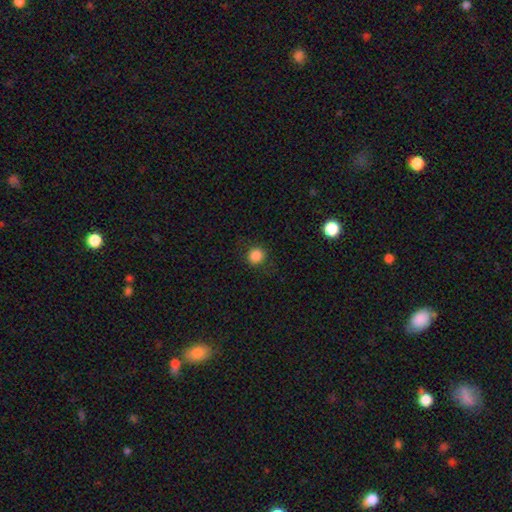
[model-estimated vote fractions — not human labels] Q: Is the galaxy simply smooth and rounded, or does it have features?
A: smooth — 86%.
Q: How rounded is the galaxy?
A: round — 90%.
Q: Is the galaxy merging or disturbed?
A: none — 87%.